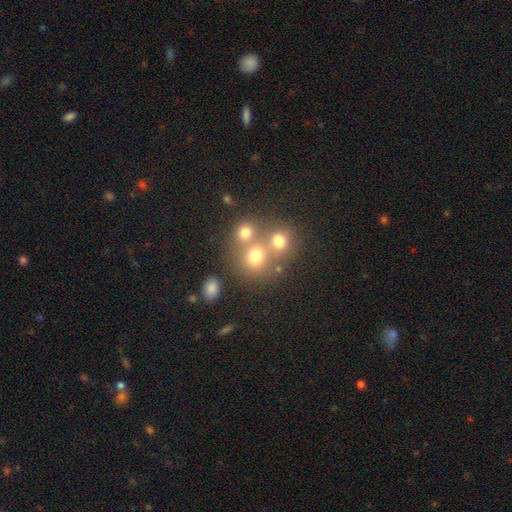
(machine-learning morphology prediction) Smooth or featured?
  - smooth: 72% *
  - star or artifact: 16%
  - featured or disk: 12%
How rounded?
  - round: 81% *
  - in between: 18%
  - cigar-shaped: 1%
Merging?
  - none: 48% *
  - merger: 40%
  - minor disturbance: 8%
  - major disturbance: 4%